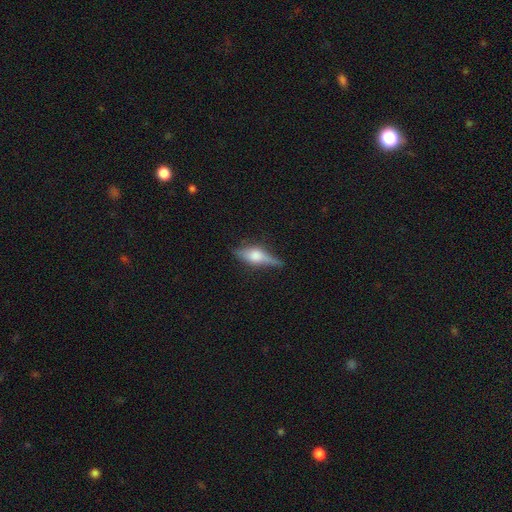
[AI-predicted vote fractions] Smooth or featured? Predicted: featured or disk (p=0.53). Edge-on disk? Predicted: yes (p=0.92). Merging? Predicted: none (p=0.70).